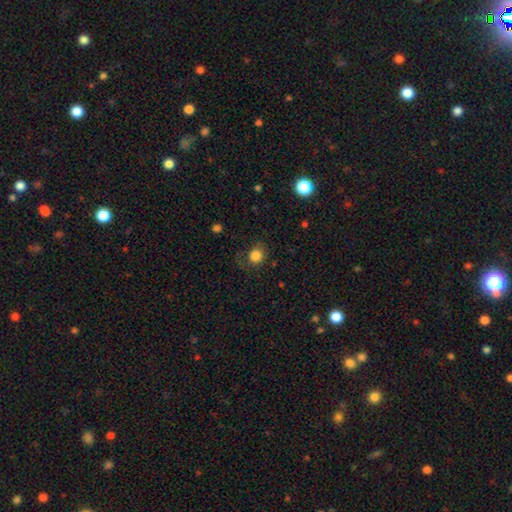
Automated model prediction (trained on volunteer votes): smooth_or_featured: smooth (p=0.82) [alt: star or artifact p=0.11]
how_rounded: round (p=0.81) [alt: in between p=0.18]
merging: none (p=0.68) [alt: minor disturbance p=0.18]